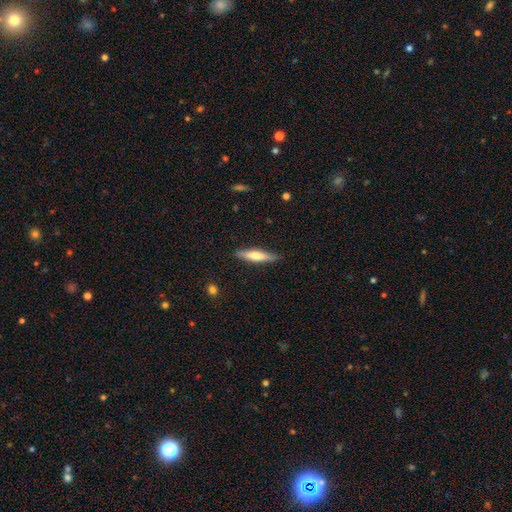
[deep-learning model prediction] A smooth galaxy with no disk features (54%) that is cigar-shaped (82%).

Vote fractions:
- Smooth or featured? smooth: 54% / featured or disk: 40% / star or artifact: 6%
- How rounded? cigar-shaped: 82% / in between: 17% / round: 1%
- Merging? none: 88% / minor disturbance: 9% / major disturbance: 2% / merger: 1%